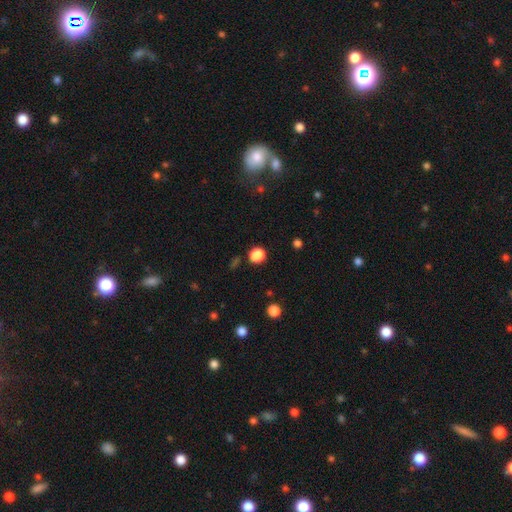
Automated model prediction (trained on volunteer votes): This appears to be a smooth galaxy with no disk features (84%) that is round (80%). Merging: none (86%).